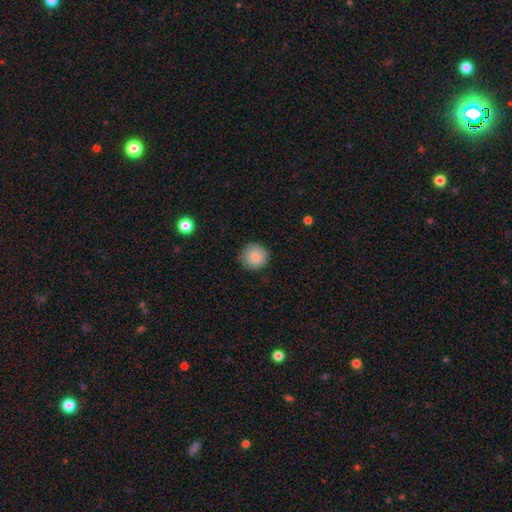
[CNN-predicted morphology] Smooth or featured?
  - smooth: 86% *
  - star or artifact: 8%
  - featured or disk: 6%
How rounded?
  - round: 94% *
  - in between: 5%
  - cigar-shaped: 1%
Merging?
  - none: 86% *
  - minor disturbance: 11%
  - major disturbance: 2%
  - merger: 1%